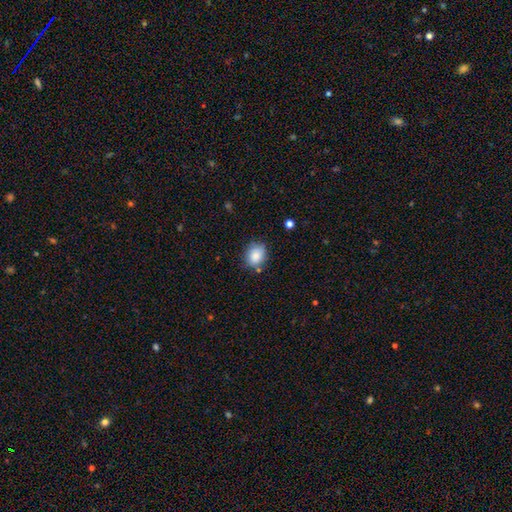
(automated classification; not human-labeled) A smooth galaxy with no disk features (85%) that is round (52%).

Vote fractions:
- Smooth or featured? smooth: 85% / star or artifact: 8% / featured or disk: 7%
- How rounded? round: 52% / in between: 47% / cigar-shaped: 1%
- Merging? none: 75% / minor disturbance: 18% / merger: 4% / major disturbance: 4%